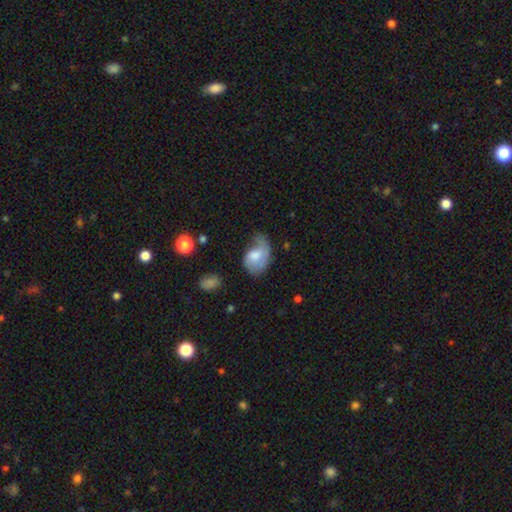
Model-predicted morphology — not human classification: Smooth or featured? Predicted: smooth (p=0.57). How rounded? Predicted: in between (p=0.81). Merging? Predicted: minor disturbance (p=0.37).